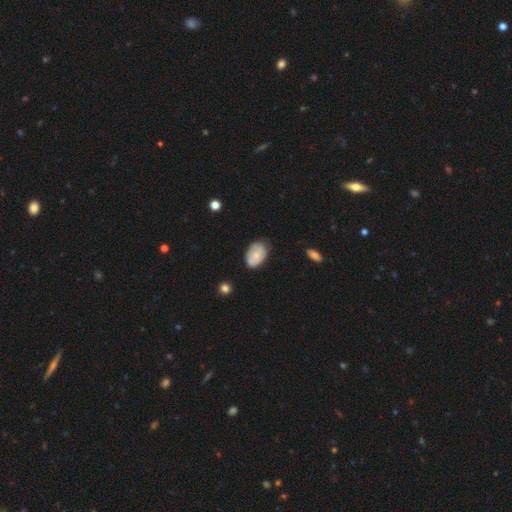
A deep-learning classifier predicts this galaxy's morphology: Q: Smooth or featured?
A: smooth (74%); runner-up: featured or disk (20%)
Q: How rounded?
A: in between (88%); runner-up: round (11%)
Q: Merging?
A: none (63%); runner-up: minor disturbance (29%)